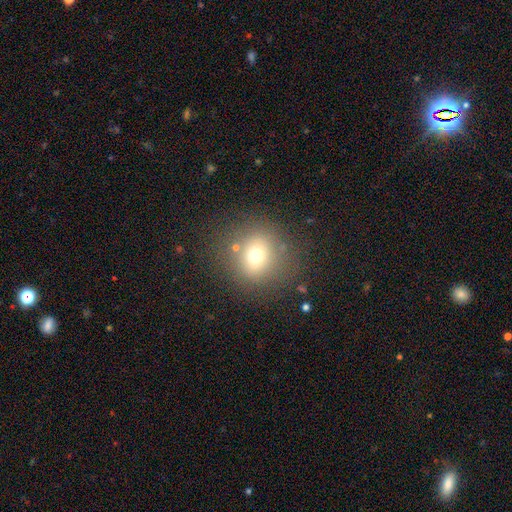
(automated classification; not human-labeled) Smooth or featured: smooth — 67% (star or artifact — 17%)
How rounded: round — 85% (in between — 14%)
Merging: none — 79% (minor disturbance — 11%)